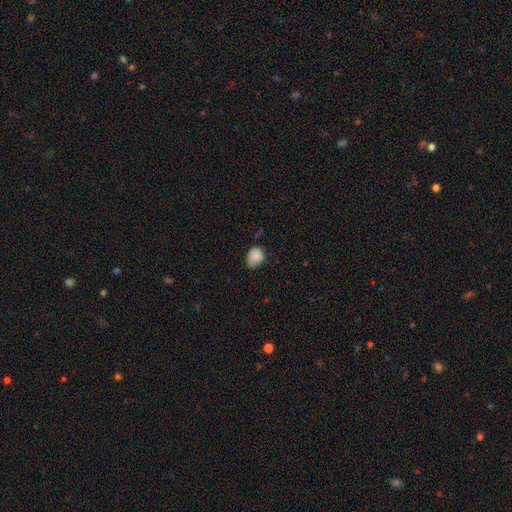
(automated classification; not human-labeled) smooth_or_featured: smooth (p=0.86) [alt: star or artifact p=0.09]
how_rounded: in between (p=0.67) [alt: round p=0.32]
merging: none (p=0.52) [alt: minor disturbance p=0.39]